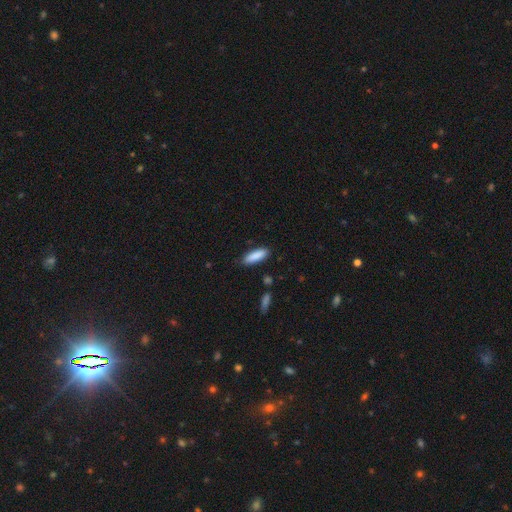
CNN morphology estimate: smooth 89%, star or artifact 6%, featured or disk 6%. Down the decision tree: how rounded — in between (49%, tied with cigar-shaped); merging — none (85%).